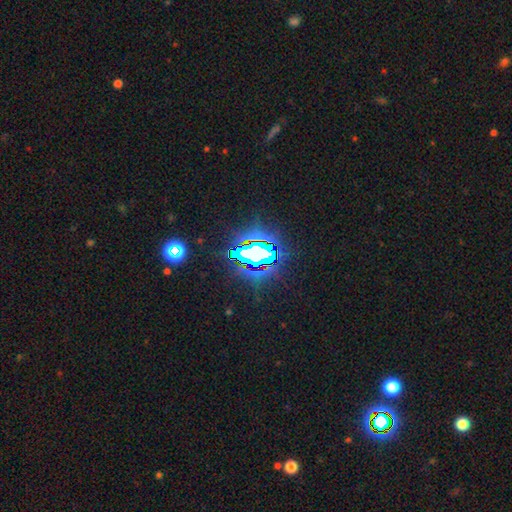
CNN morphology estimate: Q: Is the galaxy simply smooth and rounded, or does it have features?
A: star or artifact — 74%.